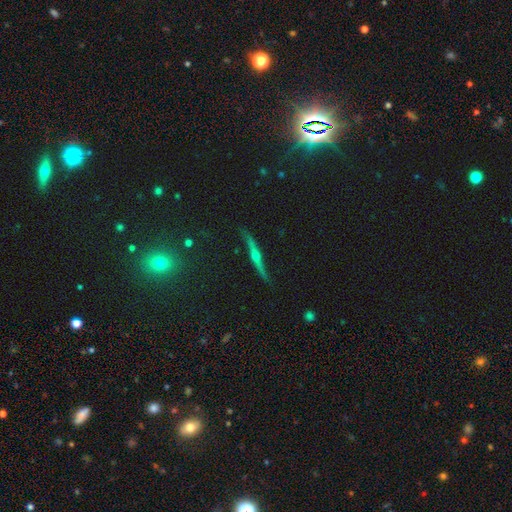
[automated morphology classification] Q: Smooth or featured?
A: featured or disk (82%); runner-up: smooth (10%)
Q: Edge-on disk?
A: yes (94%); runner-up: no (6%)
Q: Edge-on bulge?
A: rounded (91%); runner-up: none (5%)
Q: Merging?
A: none (84%); runner-up: minor disturbance (12%)